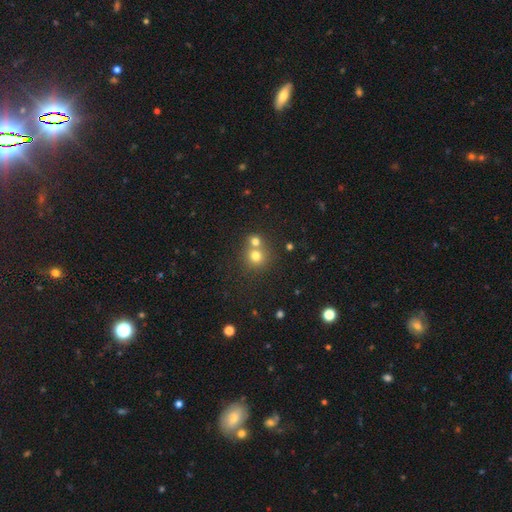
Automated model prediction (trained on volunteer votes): Morphology: type=smooth (74%); roundness=round (88%); merging=none (50%).